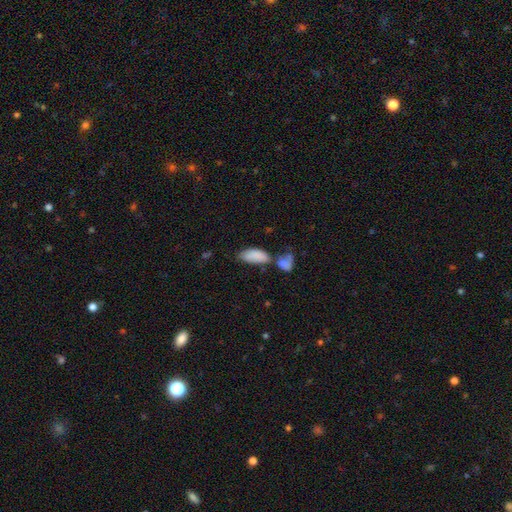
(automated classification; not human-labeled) Smooth or featured? smooth (85%)
How rounded? in between (88%)
Merging? none (39%)